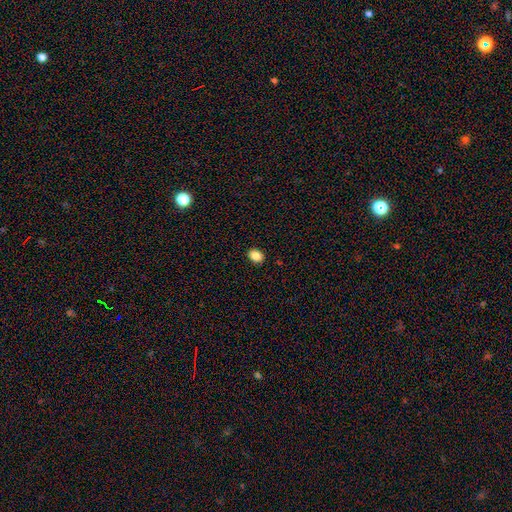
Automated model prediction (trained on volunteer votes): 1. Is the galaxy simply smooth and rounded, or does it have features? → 86% smooth, 9% star or artifact, 4% featured or disk.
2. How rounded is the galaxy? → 65% in between, 34% round, 1% cigar-shaped.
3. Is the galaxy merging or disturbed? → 90% none, 7% minor disturbance, 2% major disturbance, 1% merger.